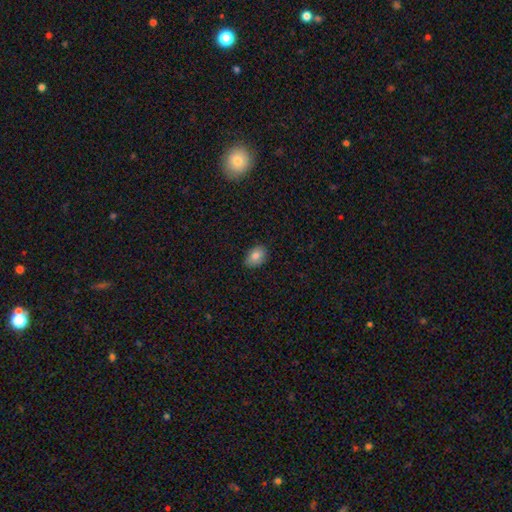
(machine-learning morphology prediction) A smooth galaxy with no disk features (83%) that is in between round and cigar-shaped (82%). Merging: none (83%).